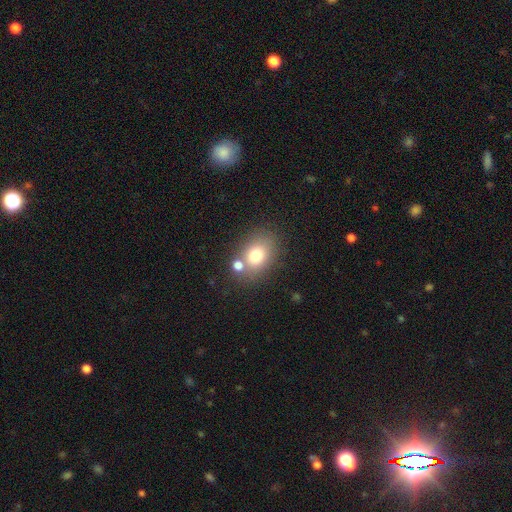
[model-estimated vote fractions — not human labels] This appears to be a smooth galaxy with no disk features (75%) that is in between round and cigar-shaped (63%). Merging: none (64%).